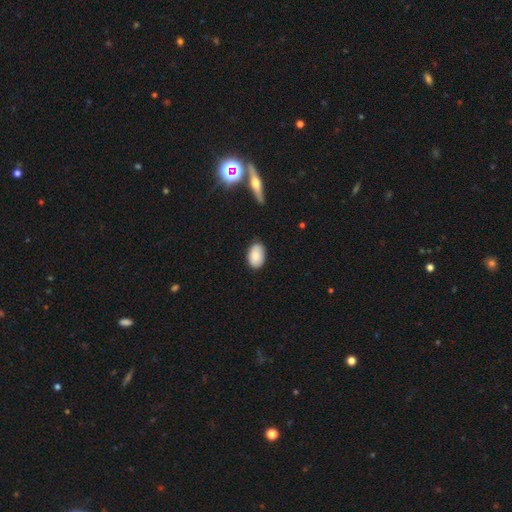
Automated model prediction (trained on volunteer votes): Smooth or featured?
  - smooth: 85% *
  - featured or disk: 8%
  - star or artifact: 7%
How rounded?
  - in between: 91% *
  - round: 8%
  - cigar-shaped: 1%
Merging?
  - none: 82% *
  - minor disturbance: 14%
  - major disturbance: 2%
  - merger: 1%